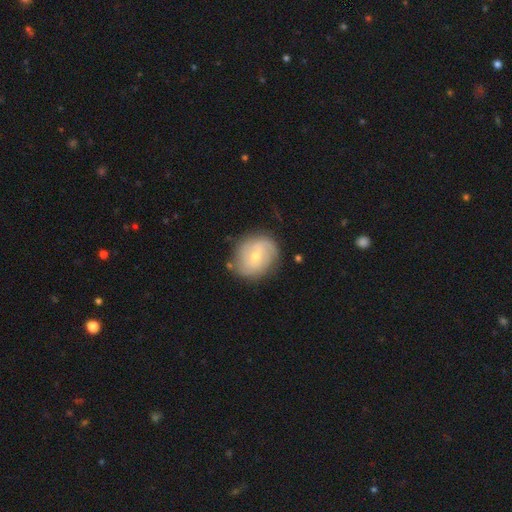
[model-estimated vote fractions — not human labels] The model was most divided on "bar": no: 47%, weak: 44%, strong: 8%. More confident: edge-on disk — no (97%); spiral arms — yes (80%); merging — none (75%); smooth or featured — featured or disk (60%); bulge size — small (51%).